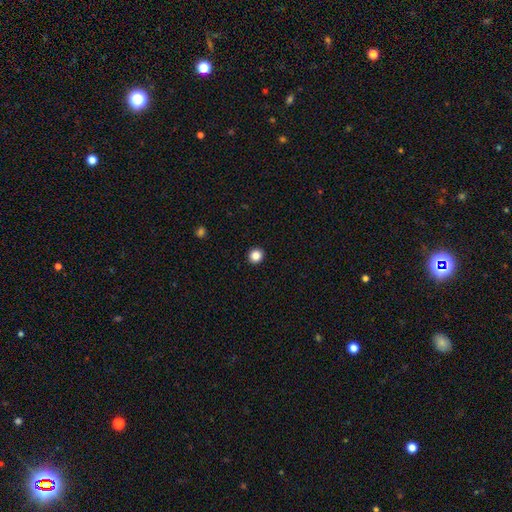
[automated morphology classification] Smooth or featured: smooth — 86% (star or artifact — 11%)
How rounded: round — 92% (in between — 8%)
Merging: none — 94% (minor disturbance — 4%)